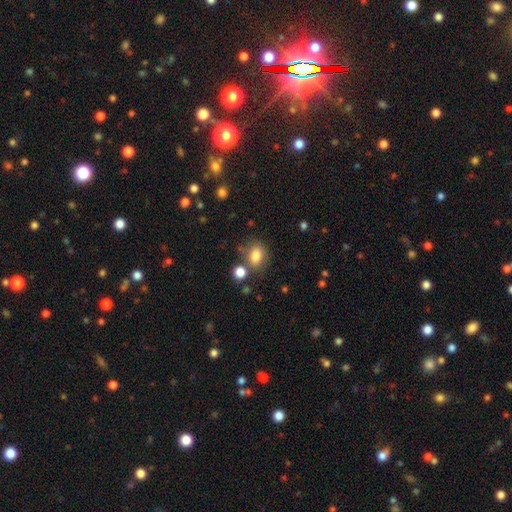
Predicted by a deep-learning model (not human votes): This is clearly a smooth galaxy (82%). How rounded: possibly in between (60%). Merging: likely none (66%).